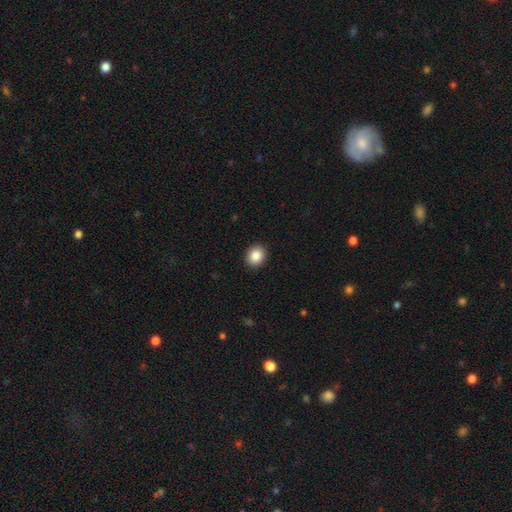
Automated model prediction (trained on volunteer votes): smooth_or_featured: smooth (p=0.86) [alt: star or artifact p=0.09]
how_rounded: round (p=0.65) [alt: in between p=0.34]
merging: none (p=0.92) [alt: minor disturbance p=0.06]